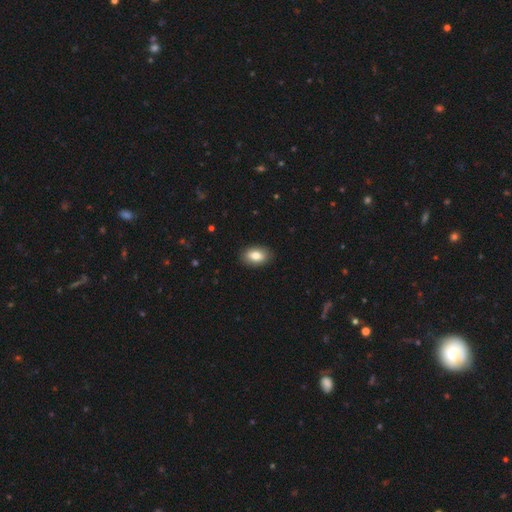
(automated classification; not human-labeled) Morphology: type=smooth (82%); roundness=in between (89%); merging=none (89%).